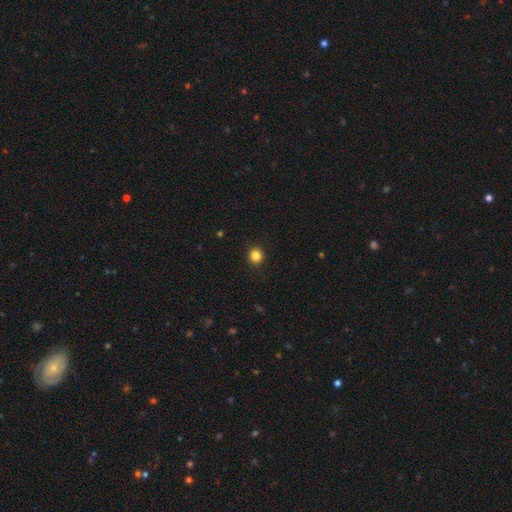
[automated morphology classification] Smooth or featured? Predicted: smooth (p=0.84). How rounded? Predicted: round (p=0.90). Merging? Predicted: none (p=0.92).